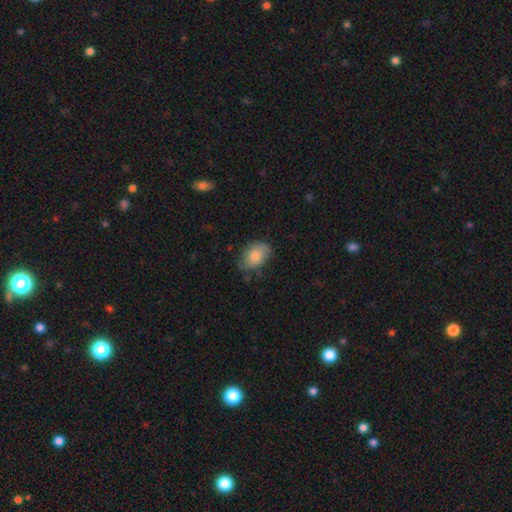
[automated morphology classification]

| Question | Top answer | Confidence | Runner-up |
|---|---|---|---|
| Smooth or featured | smooth | 76% | featured or disk (17%) |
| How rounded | in between | 79% | round (19%) |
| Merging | none | 64% | minor disturbance (28%) |